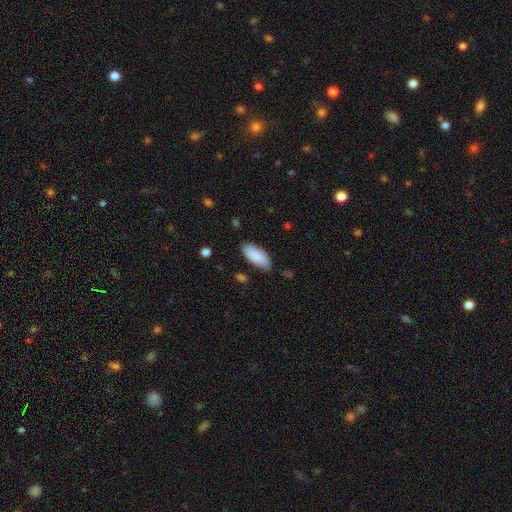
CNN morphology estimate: Smooth or featured? Predicted: smooth (p=0.89). How rounded? Predicted: in between (p=0.86). Merging? Predicted: none (p=0.82).